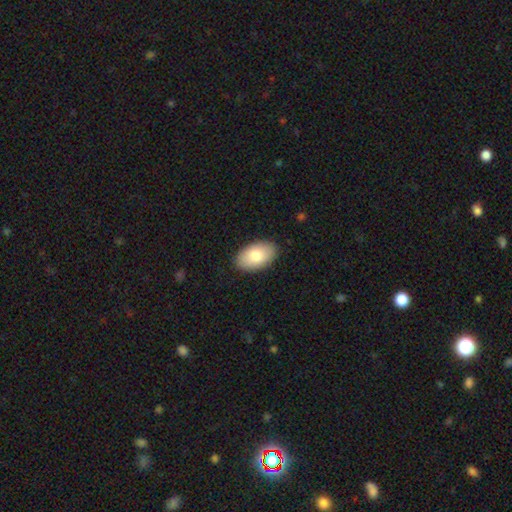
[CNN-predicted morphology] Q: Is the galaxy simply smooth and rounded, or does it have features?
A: smooth — 80%.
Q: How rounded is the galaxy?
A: in between — 95%.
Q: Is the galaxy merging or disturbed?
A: none — 88%.